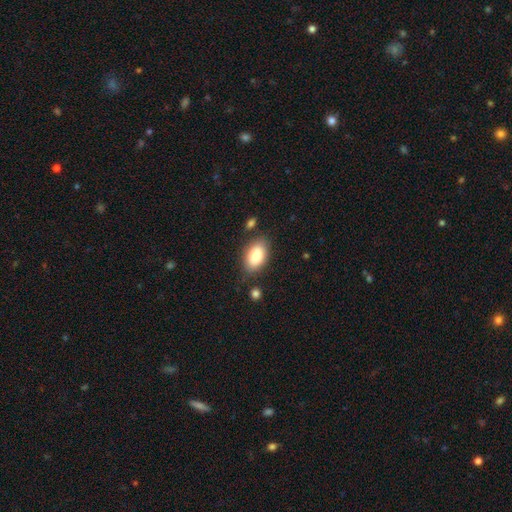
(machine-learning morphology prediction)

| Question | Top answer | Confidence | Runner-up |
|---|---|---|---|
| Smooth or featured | smooth | 84% | featured or disk (9%) |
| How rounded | in between | 92% | round (6%) |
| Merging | none | 79% | minor disturbance (13%) |